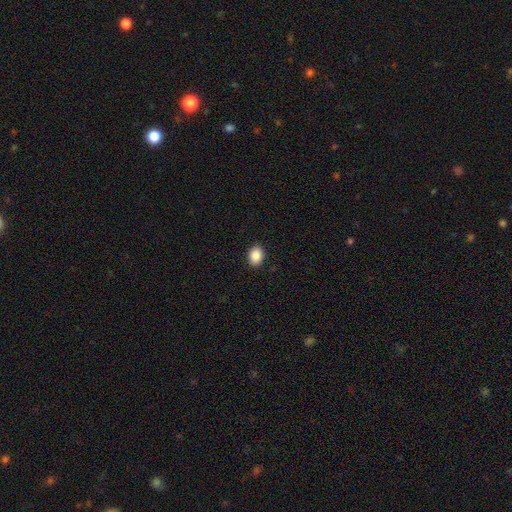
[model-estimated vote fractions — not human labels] Smooth or featured? smooth (88%)
How rounded? in between (69%)
Merging? none (91%)